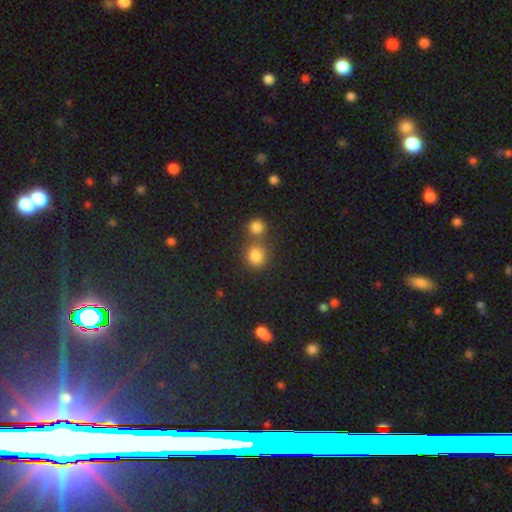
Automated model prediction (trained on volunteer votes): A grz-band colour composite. It shows a smooth galaxy with no disk features (81%) that is round (85%). Merging: none (58%).